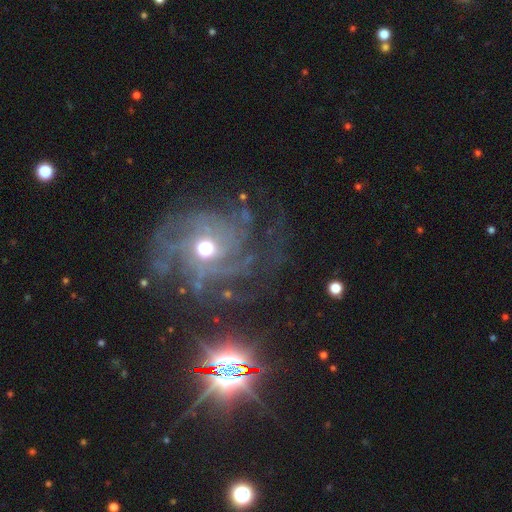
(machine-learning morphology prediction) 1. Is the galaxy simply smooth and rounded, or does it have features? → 79% featured or disk, 15% star or artifact, 6% smooth.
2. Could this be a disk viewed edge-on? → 96% no, 4% yes.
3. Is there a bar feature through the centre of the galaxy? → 58% no, 30% weak, 12% strong.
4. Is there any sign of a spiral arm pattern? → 96% yes, 4% no.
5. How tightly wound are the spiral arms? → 64% tight, 29% medium, 8% loose.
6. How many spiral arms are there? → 27% can't tell, 19% 4, 18% 3, 15% more than 4, 12% 2, 8% 1.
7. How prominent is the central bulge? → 53% moderate, 41% small, 3% large, 1% none, 1% dominant.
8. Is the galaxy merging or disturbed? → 69% none, 16% minor disturbance, 13% major disturbance, 3% merger.